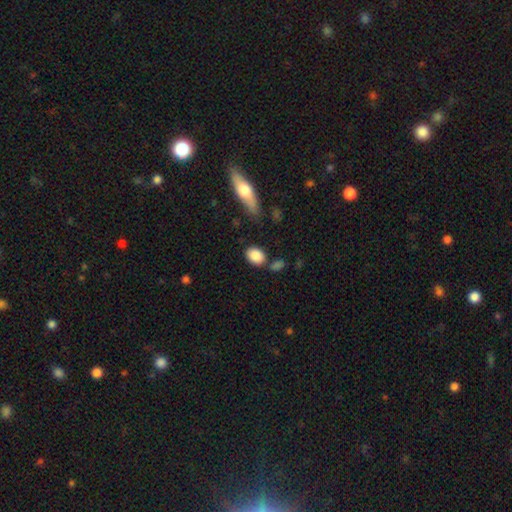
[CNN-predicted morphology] A smooth galaxy with no disk features (86%) that is in between round and cigar-shaped (72%). Merging: none (73%).